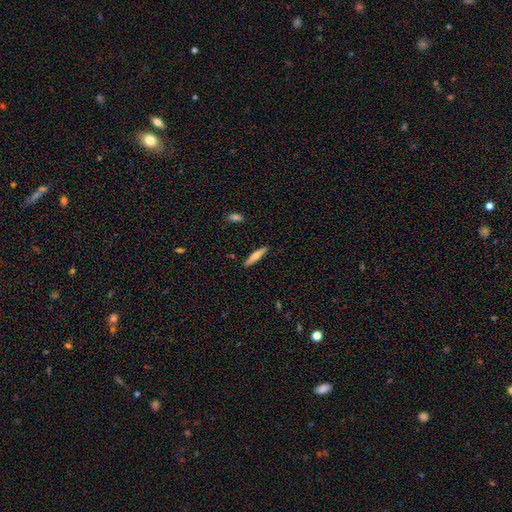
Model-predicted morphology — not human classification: Smooth or featured?
  - smooth: 57% *
  - featured or disk: 36%
  - star or artifact: 6%
How rounded?
  - cigar-shaped: 84% *
  - in between: 14%
  - round: 2%
Merging?
  - none: 89% *
  - minor disturbance: 8%
  - major disturbance: 2%
  - merger: 1%